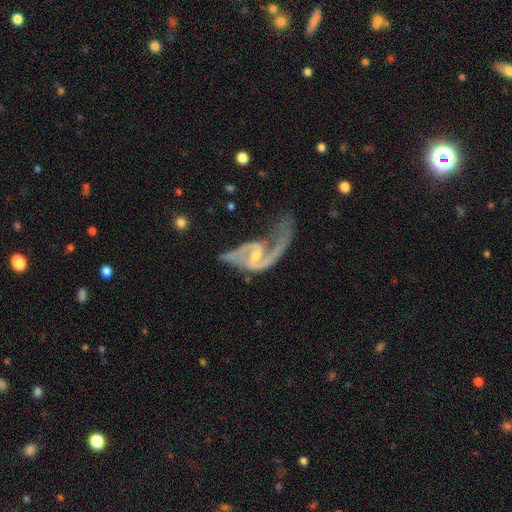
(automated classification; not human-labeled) Morphology: type=featured or disk (90%); edge-on=no (97%); bar=weak (45%); spiral arms=yes (94%); winding=loose (53%); arm count=2 (75%); bulge=small (63%); merging=major disturbance (45%).